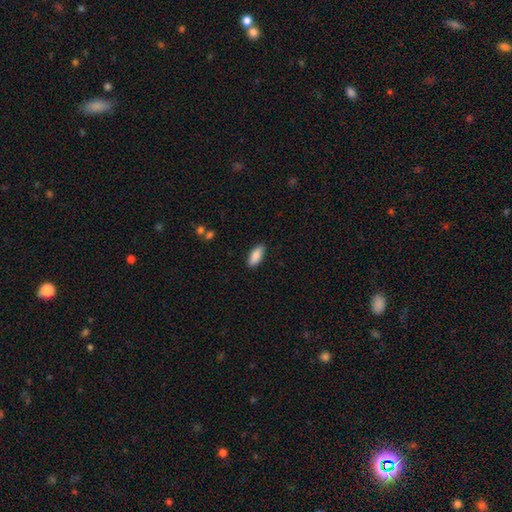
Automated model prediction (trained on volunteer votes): smooth 88%, star or artifact 6%, featured or disk 6%. Down the decision tree: how rounded — in between (80%); merging — none (87%).